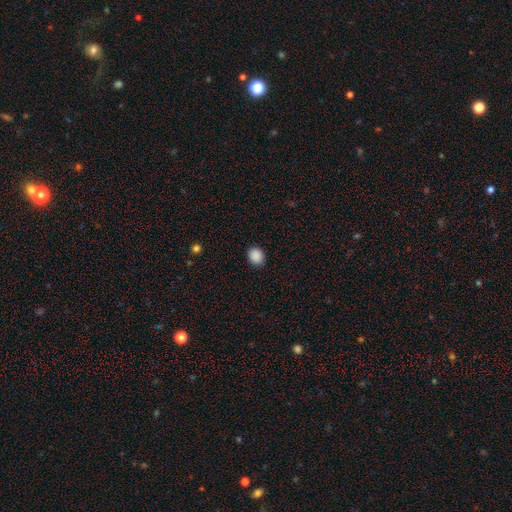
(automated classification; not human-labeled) The model was most divided on "how rounded": round: 65%, in between: 35%, cigar-shaped: 1%. More confident: merging — none (89%); smooth or featured — smooth (89%).